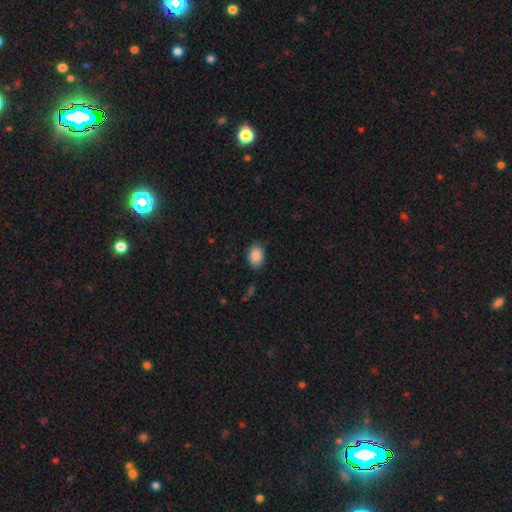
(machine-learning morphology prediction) This appears to be a smooth galaxy with no disk features (88%) that is in between round and cigar-shaped (75%). Merging: none (82%).